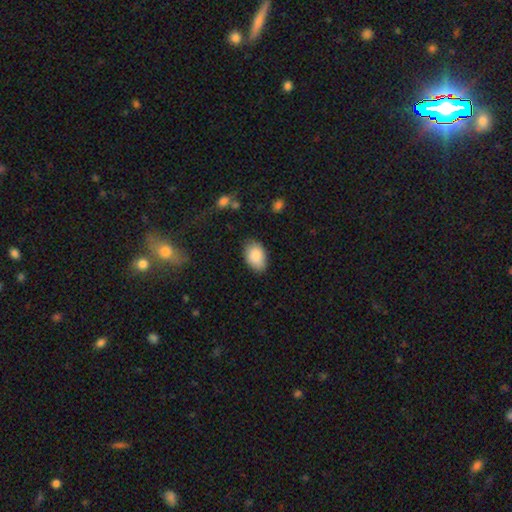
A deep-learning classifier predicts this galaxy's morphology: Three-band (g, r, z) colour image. It shows a smooth galaxy with no disk features (87%) that is in between round and cigar-shaped (89%). Merging: none (80%).